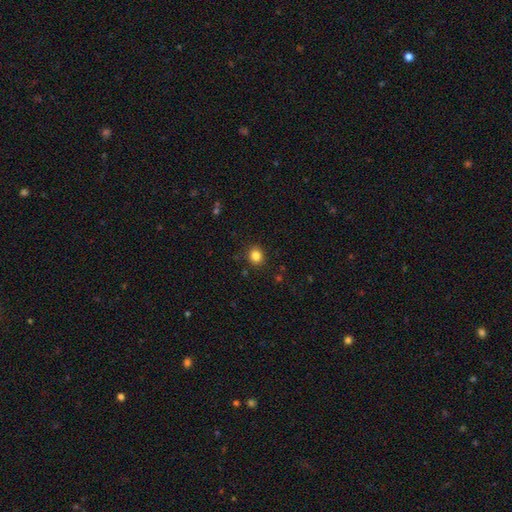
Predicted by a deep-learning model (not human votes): Smooth or featured? smooth (84%)
How rounded? round (83%)
Merging? none (90%)